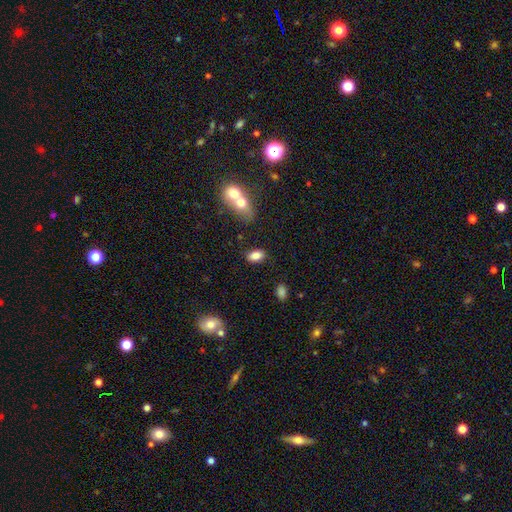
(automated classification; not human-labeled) smooth_or_featured: smooth (p=0.82) [alt: featured or disk p=0.09]
how_rounded: in between (p=0.88) [alt: round p=0.09]
merging: none (p=0.78) [alt: minor disturbance p=0.10]